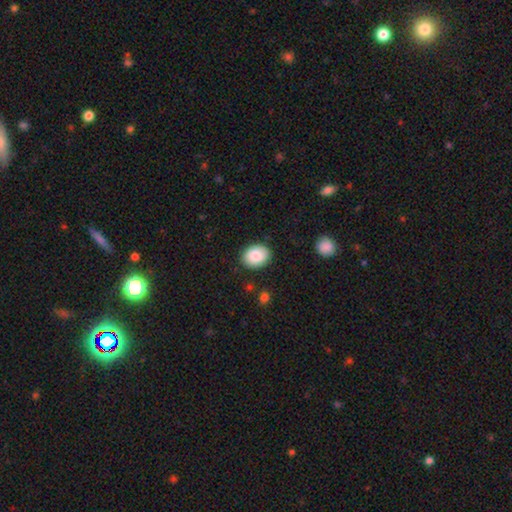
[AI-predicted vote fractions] The model was most divided on "how rounded": in between: 61%, round: 39%, cigar-shaped: 1%. More confident: smooth or featured — smooth (87%); merging — none (87%).